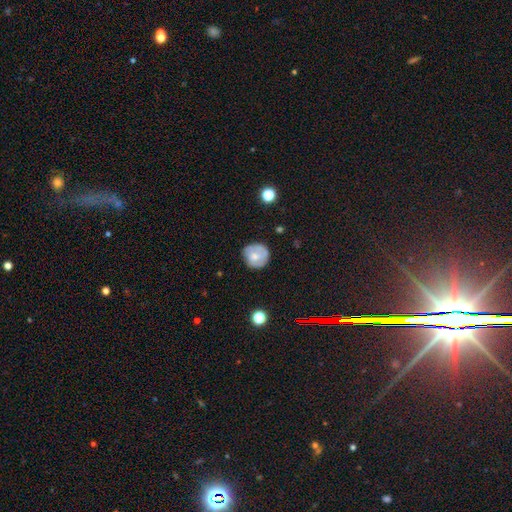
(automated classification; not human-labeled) Q: Smooth or featured?
A: smooth (61%); runner-up: featured or disk (31%)
Q: How rounded?
A: round (88%); runner-up: in between (11%)
Q: Merging?
A: none (71%); runner-up: minor disturbance (22%)